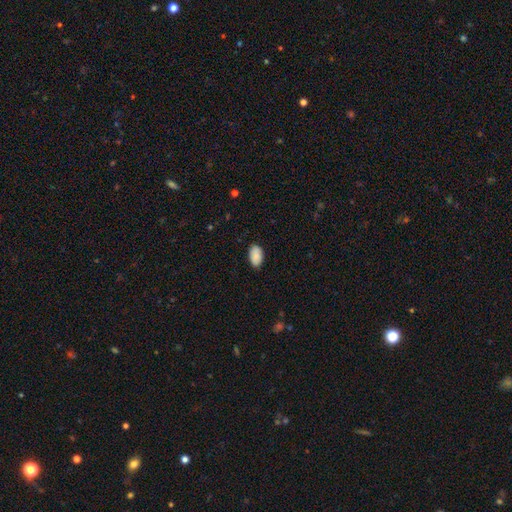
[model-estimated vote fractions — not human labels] A smooth galaxy with no disk features (90%) that is in between round and cigar-shaped (94%).

Vote fractions:
- Smooth or featured? smooth: 90% / star or artifact: 6% / featured or disk: 4%
- How rounded? in between: 94% / round: 5% / cigar-shaped: 1%
- Merging? none: 86% / minor disturbance: 11% / major disturbance: 2% / merger: 1%